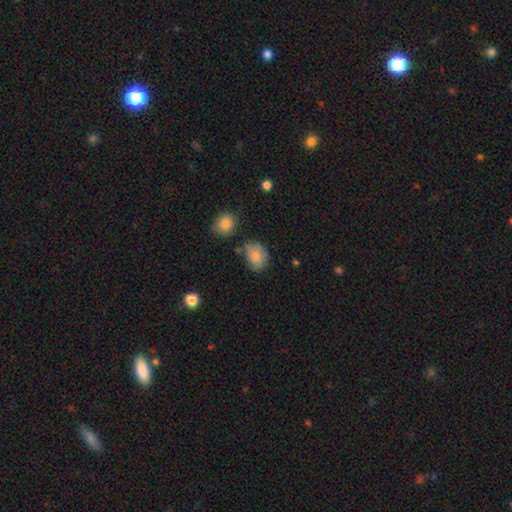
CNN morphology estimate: The model was most divided on "how rounded": in between: 63%, round: 36%, cigar-shaped: 1%. More confident: smooth or featured — smooth (78%); merging — none (55%).